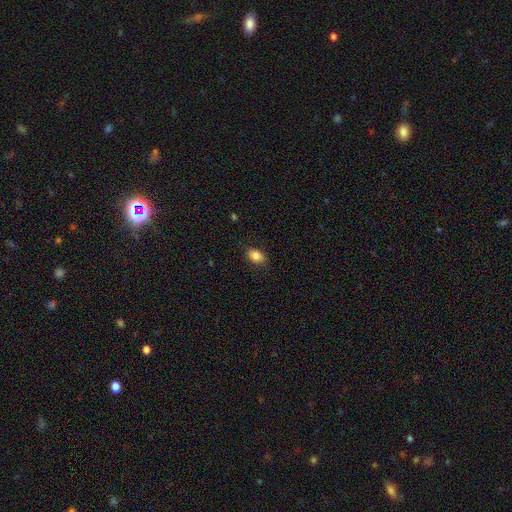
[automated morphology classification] This is clearly a smooth galaxy (85%). How rounded: likely in between (78%). Merging: clearly none (84%).